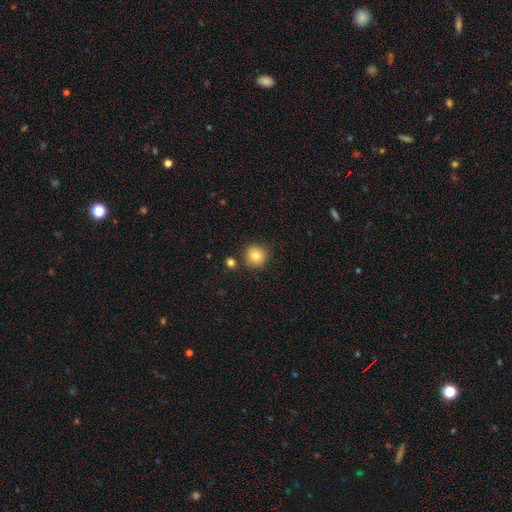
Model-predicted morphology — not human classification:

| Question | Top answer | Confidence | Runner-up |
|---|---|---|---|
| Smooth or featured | smooth | 82% | star or artifact (10%) |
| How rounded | round | 93% | in between (6%) |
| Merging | none | 83% | minor disturbance (9%) |